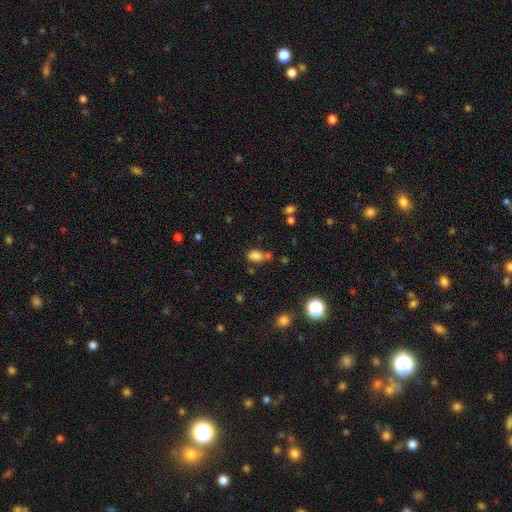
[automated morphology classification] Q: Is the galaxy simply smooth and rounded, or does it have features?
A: smooth — 81%.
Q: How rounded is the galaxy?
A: in between — 85%.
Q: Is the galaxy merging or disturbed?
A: none — 54%.